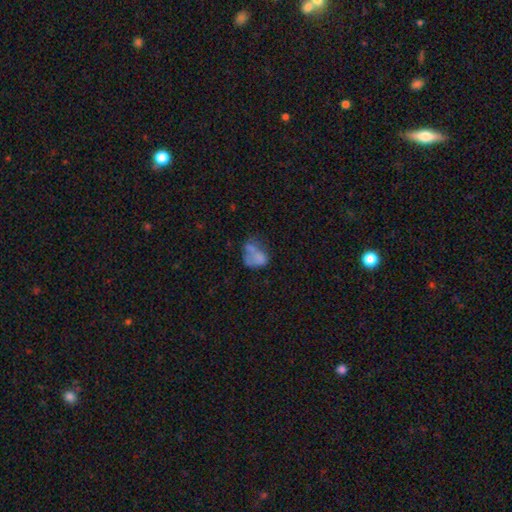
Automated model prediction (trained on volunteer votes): Q: Smooth or featured?
A: smooth (57%); runner-up: featured or disk (30%)
Q: How rounded?
A: in between (69%); runner-up: round (30%)
Q: Merging?
A: none (29%); runner-up: major disturbance (26%)